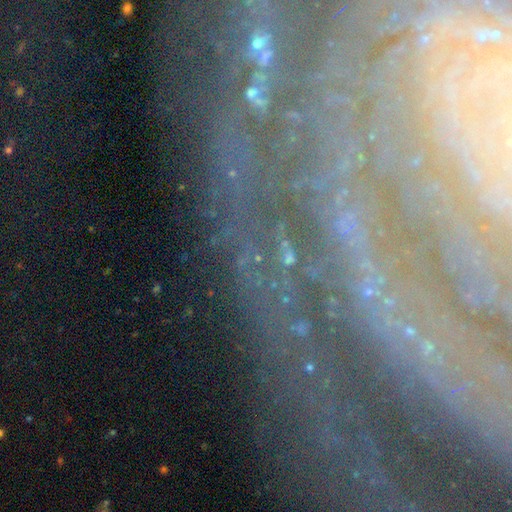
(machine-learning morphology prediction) A star or artifact, not a galaxy (44%).

Vote fractions:
- Smooth or featured? star or artifact: 44% / featured or disk: 42% / smooth: 13%